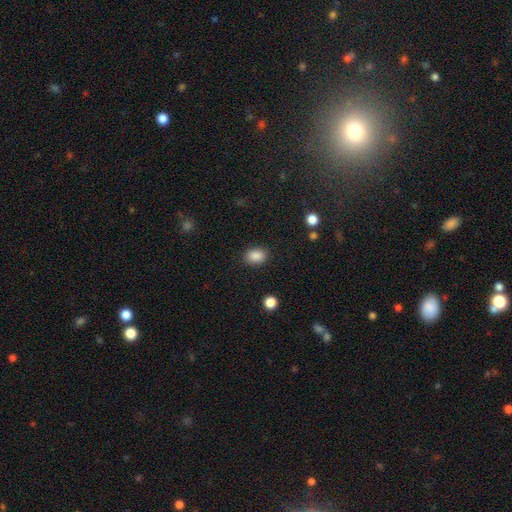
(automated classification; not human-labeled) smooth 88%, star or artifact 9%, featured or disk 3%. Down the decision tree: how rounded — in between (75%); merging — none (88%).